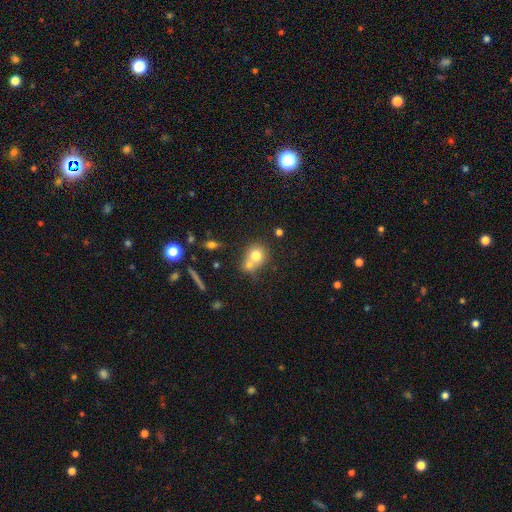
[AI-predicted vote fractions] The model was most divided on "merging": merger: 50%, none: 38%, minor disturbance: 8%, major disturbance: 3%. More confident: how rounded — round (79%); smooth or featured — smooth (73%).